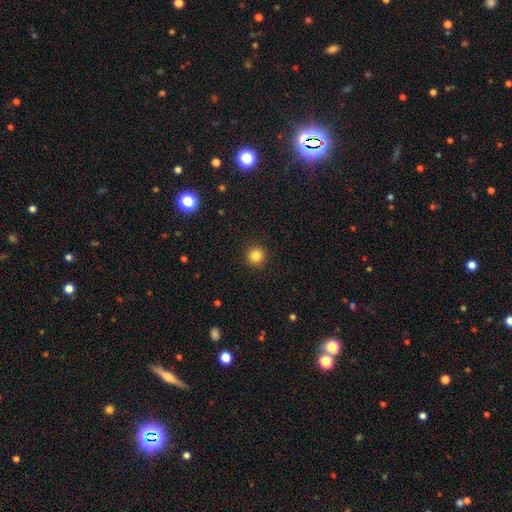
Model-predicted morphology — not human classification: type=smooth (84%); roundness=round (95%); merging=none (92%).